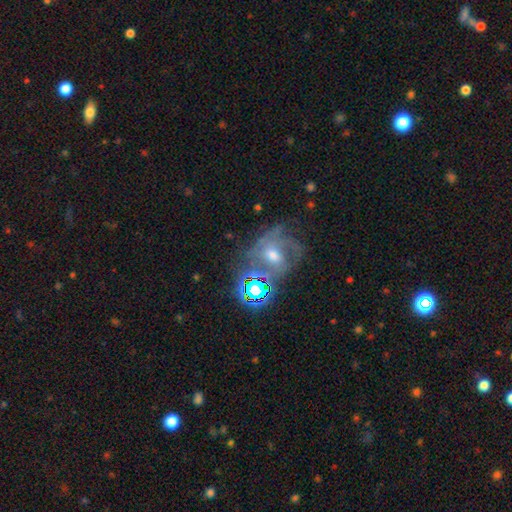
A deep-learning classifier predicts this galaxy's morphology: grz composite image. It shows a featured or disk galaxy (50%). Merging: none (62%).